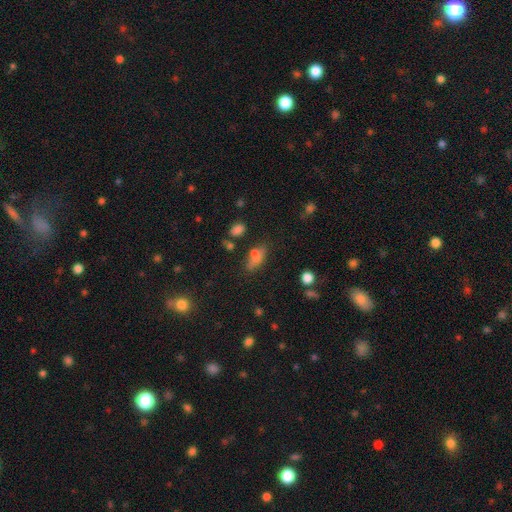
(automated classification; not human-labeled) Smooth or featured? smooth (67%)
How rounded? in between (74%)
Merging? none (51%)